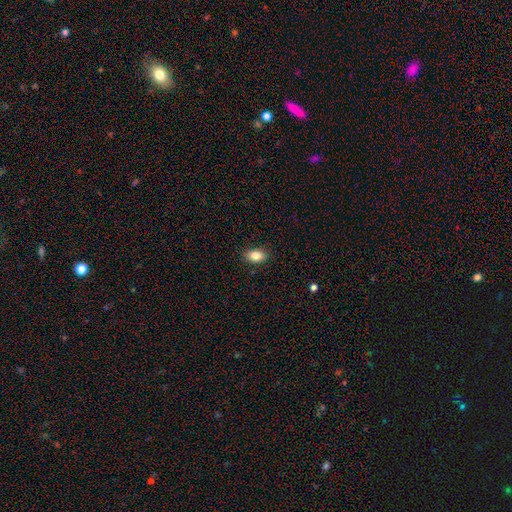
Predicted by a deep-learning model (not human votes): smooth 84%, star or artifact 9%, featured or disk 7%. Down the decision tree: how rounded — in between (87%); merging — none (88%).